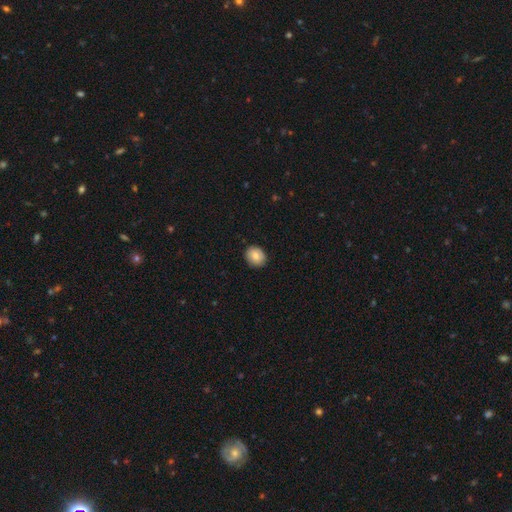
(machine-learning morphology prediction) A smooth galaxy with no disk features (82%) that is round (64%). Merging: none (87%).